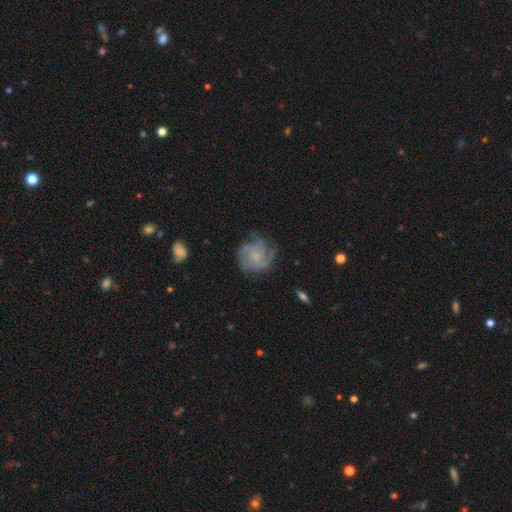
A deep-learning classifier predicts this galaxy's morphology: smooth-or-featured: featured or disk: 79% | smooth: 15% | star or artifact: 6%
  disk-edge-on: no: 98% | yes: 2%
    bar: no: 74% | weak: 23% | strong: 3%
    has-spiral-arms: yes: 95% | no: 5%
      spiral-winding: tight: 48% | medium: 41% | loose: 12%
      spiral-arm-count: 3: 39% | can't tell: 20% | 4: 16% | 2: 13% | 1: 6% | more than 4: 6%
    bulge-size: small: 60% | moderate: 24% | none: 13% | large: 2% | dominant: 1%
  merging: none: 70% | minor disturbance: 20% | major disturbance: 9% | merger: 1%